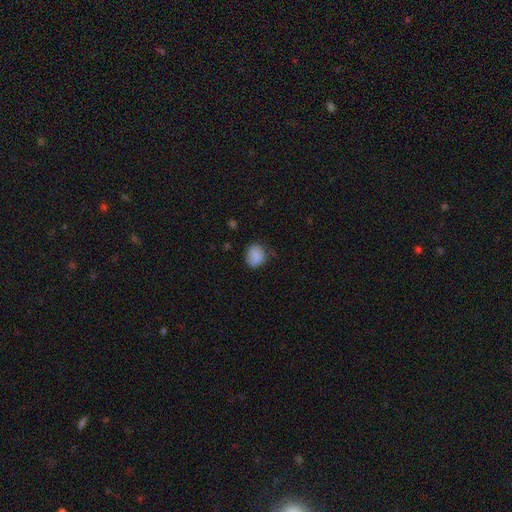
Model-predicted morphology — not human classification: Smooth or featured? smooth (84%)
How rounded? round (65%)
Merging? none (67%)